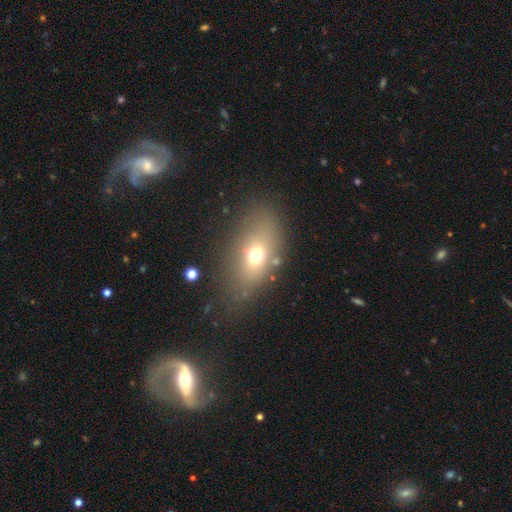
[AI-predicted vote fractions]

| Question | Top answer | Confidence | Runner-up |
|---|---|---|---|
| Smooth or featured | smooth | 66% | featured or disk (20%) |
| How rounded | in between | 79% | round (17%) |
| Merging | none | 73% | minor disturbance (14%) |